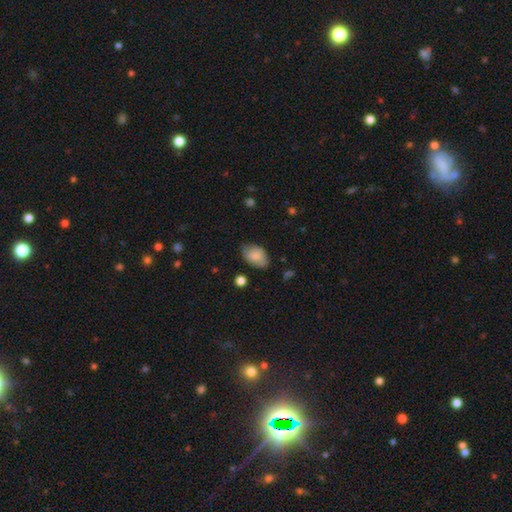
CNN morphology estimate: The model was most divided on "merging": none: 73%, minor disturbance: 21%, major disturbance: 5%, merger: 2%. More confident: how rounded — in between (89%); smooth or featured — smooth (82%).